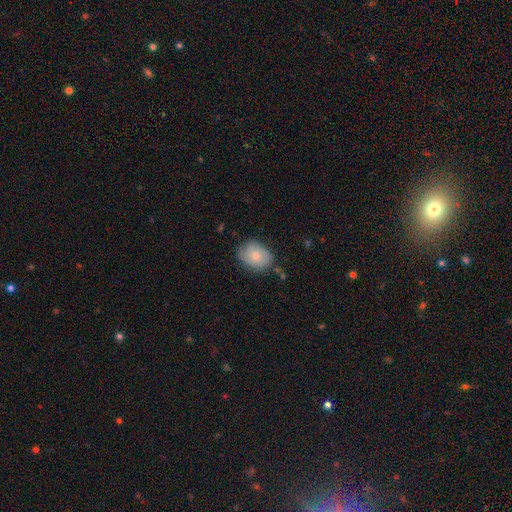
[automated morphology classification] A smooth galaxy with no disk features (73%) that is in between round and cigar-shaped (67%). Merging: none (67%).